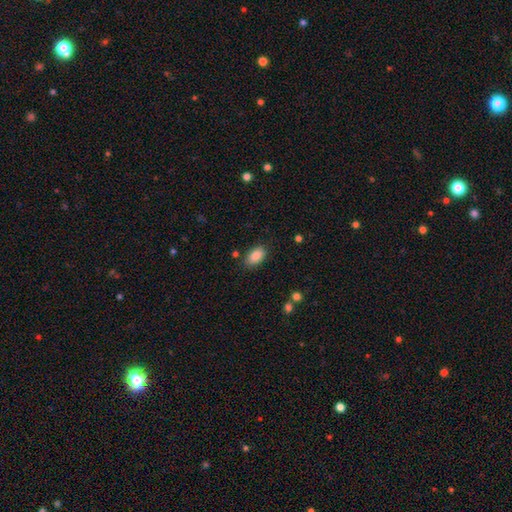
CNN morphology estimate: Q: Smooth or featured?
A: smooth (86%); runner-up: star or artifact (7%)
Q: How rounded?
A: in between (92%); runner-up: round (6%)
Q: Merging?
A: none (82%); runner-up: minor disturbance (12%)